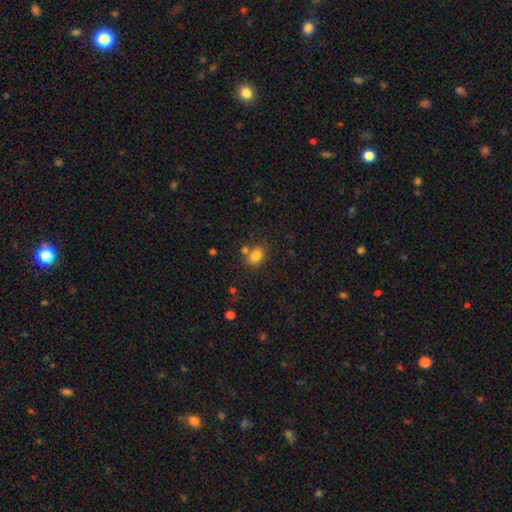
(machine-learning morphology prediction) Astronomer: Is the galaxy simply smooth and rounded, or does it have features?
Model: smooth — 82%.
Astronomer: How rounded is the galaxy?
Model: in between — 53% (runner-up: round, 46%).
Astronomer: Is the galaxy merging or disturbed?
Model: none — 66%.